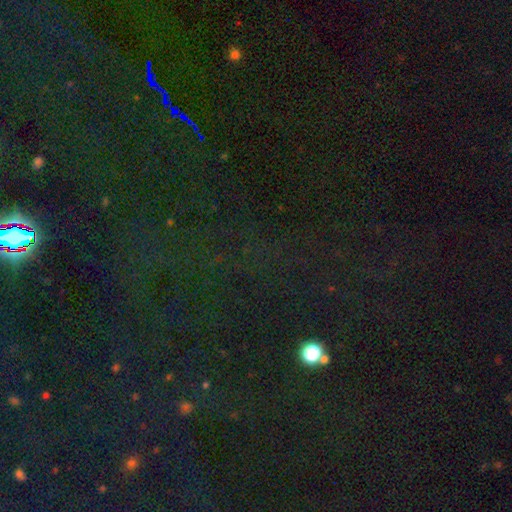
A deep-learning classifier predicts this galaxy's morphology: Overall: star or artifact (80%).